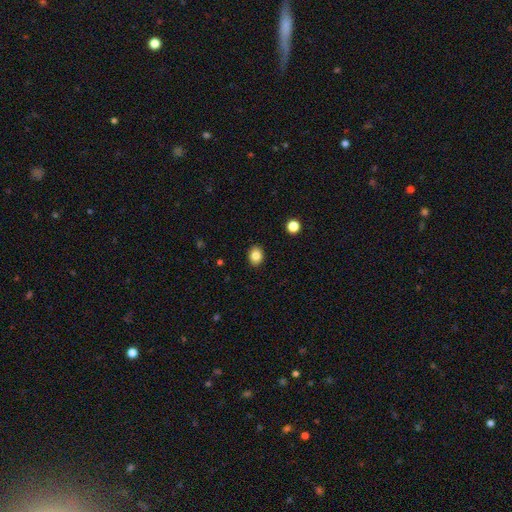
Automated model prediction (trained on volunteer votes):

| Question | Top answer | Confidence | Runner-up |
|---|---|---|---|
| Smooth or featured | smooth | 84% | star or artifact (10%) |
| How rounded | round | 50% | in between (49%) |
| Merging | none | 90% | minor disturbance (7%) |